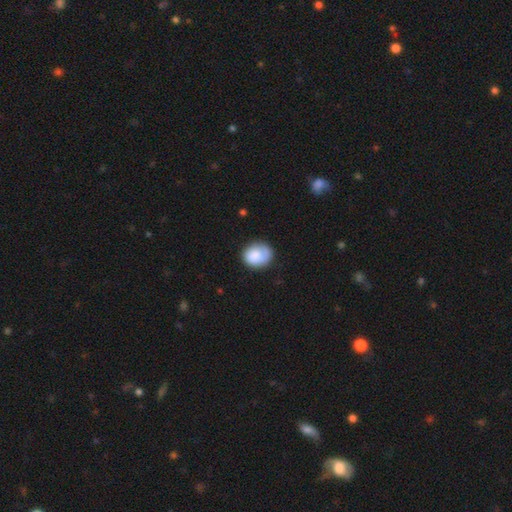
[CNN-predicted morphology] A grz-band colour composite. It shows a smooth galaxy with no disk features (81%) that is round (63%). Merging: none (69%).